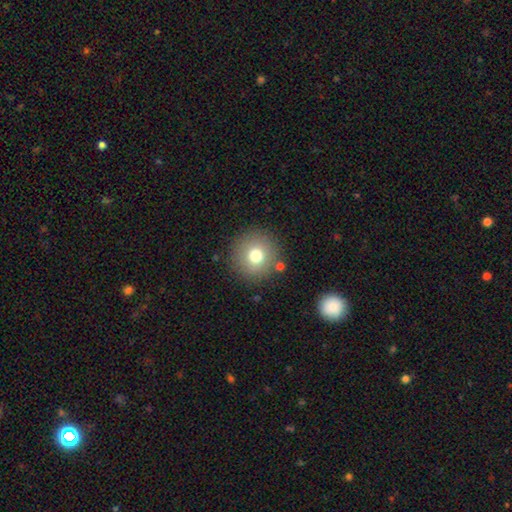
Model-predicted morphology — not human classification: Q: Smooth or featured?
A: smooth (76%); runner-up: featured or disk (13%)
Q: How rounded?
A: round (94%); runner-up: in between (5%)
Q: Merging?
A: none (86%); runner-up: minor disturbance (8%)